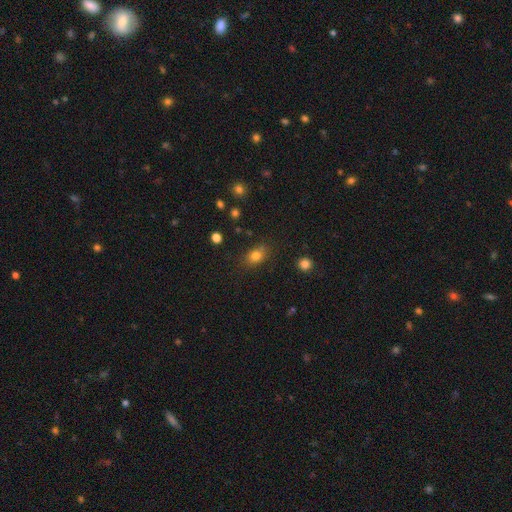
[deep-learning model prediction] This is clearly a smooth galaxy (80%). How rounded: likely in between (69%). Merging: likely none (76%).